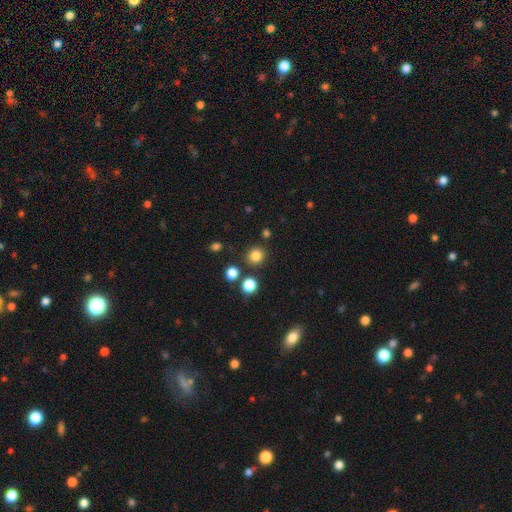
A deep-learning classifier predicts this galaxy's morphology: This is clearly a smooth galaxy (82%). How rounded: clearly round (87%). Merging: clearly none (85%).